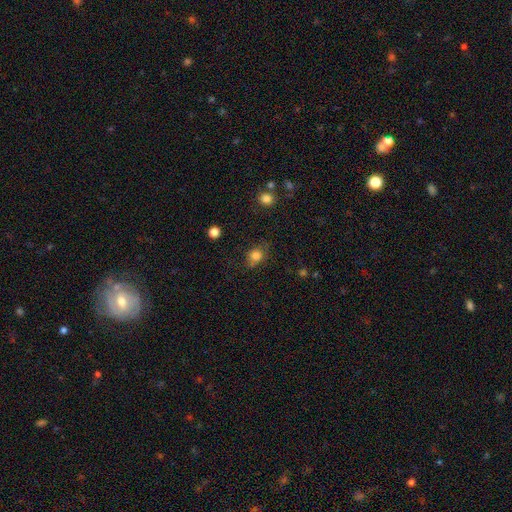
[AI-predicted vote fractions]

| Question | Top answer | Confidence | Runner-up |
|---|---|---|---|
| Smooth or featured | smooth | 81% | star or artifact (12%) |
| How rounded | round | 67% | in between (32%) |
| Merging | none | 63% | minor disturbance (24%) |